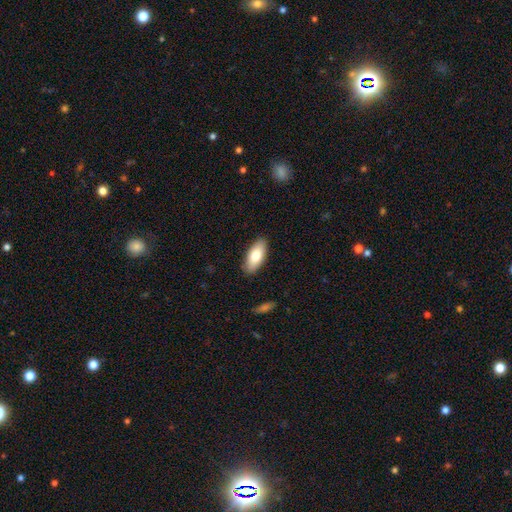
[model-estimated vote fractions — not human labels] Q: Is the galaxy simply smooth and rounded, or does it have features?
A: smooth — 78%.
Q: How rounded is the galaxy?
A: in between — 86%.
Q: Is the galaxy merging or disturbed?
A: none — 88%.